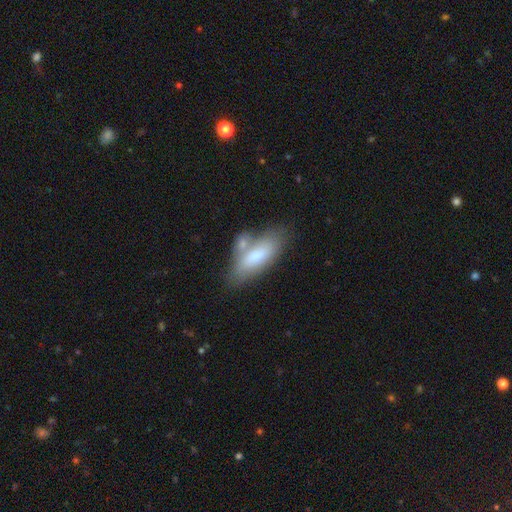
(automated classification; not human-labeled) smooth_or_featured: smooth (p=0.70) [alt: featured or disk p=0.24]
how_rounded: in between (p=0.73) [alt: cigar-shaped p=0.25]
merging: none (p=0.49) [alt: merger p=0.29]